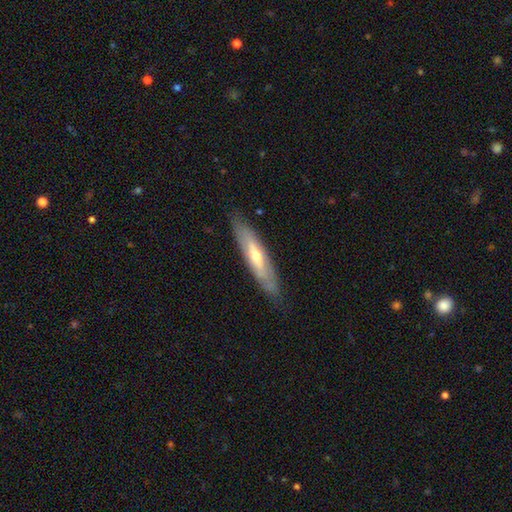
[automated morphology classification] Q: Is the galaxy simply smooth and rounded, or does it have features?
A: featured or disk — 61%.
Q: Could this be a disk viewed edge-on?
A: yes — 56%.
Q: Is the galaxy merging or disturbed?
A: none — 82%.